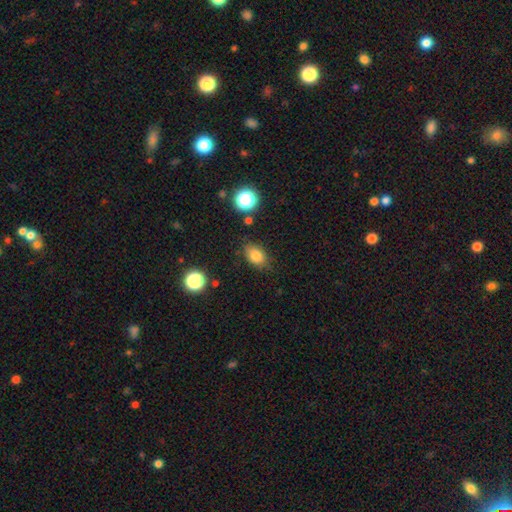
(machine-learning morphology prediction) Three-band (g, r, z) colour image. It shows a smooth galaxy with no disk features (80%) that is in between round and cigar-shaped (78%). Merging: none (77%).